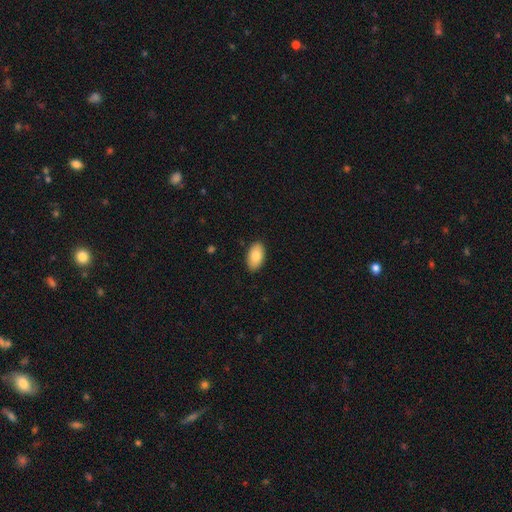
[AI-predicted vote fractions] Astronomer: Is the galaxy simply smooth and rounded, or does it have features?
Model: smooth — 82%.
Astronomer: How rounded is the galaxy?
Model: in between — 94%.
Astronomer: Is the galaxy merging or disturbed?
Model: none — 88%.